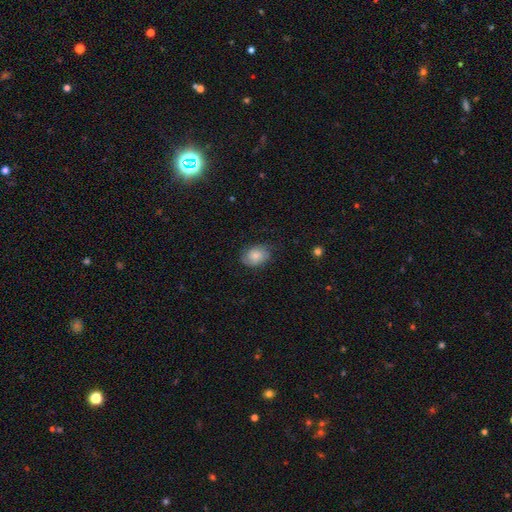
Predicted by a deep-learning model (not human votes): This is possibly a smooth galaxy (59%). How rounded: likely in between (65%). Merging: likely none (71%).